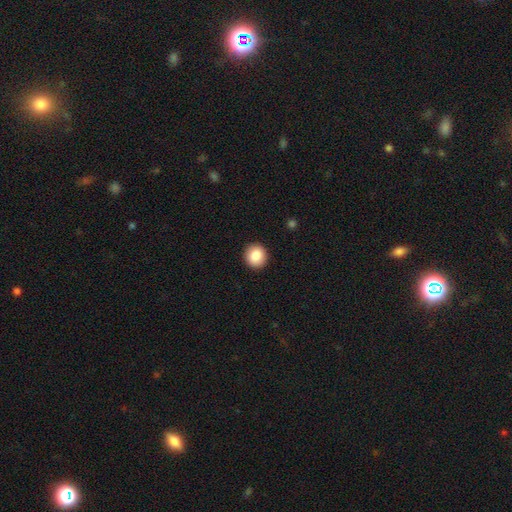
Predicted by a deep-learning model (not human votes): Overall: smooth (87%). How rounded: round (86%). Merging: none (92%).